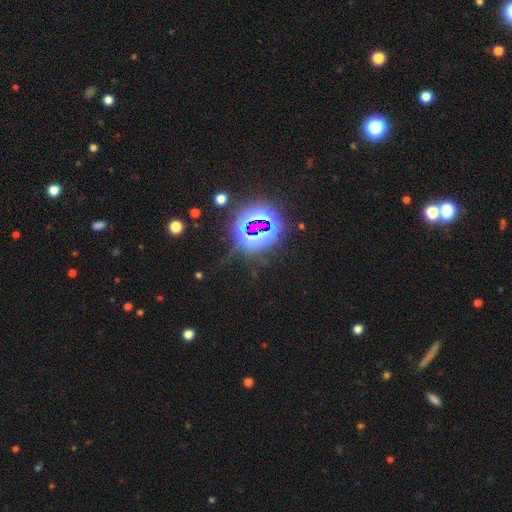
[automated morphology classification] Smooth or featured: star or artifact — 79% (smooth — 11%)